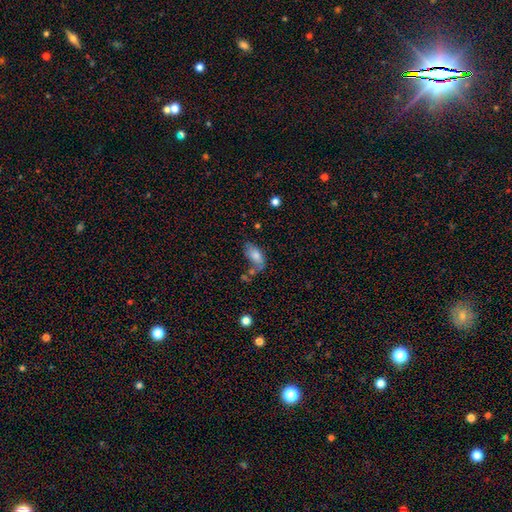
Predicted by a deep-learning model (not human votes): This is likely a smooth galaxy (74%). How rounded: clearly in between (91%). Merging: marginally none (38%).